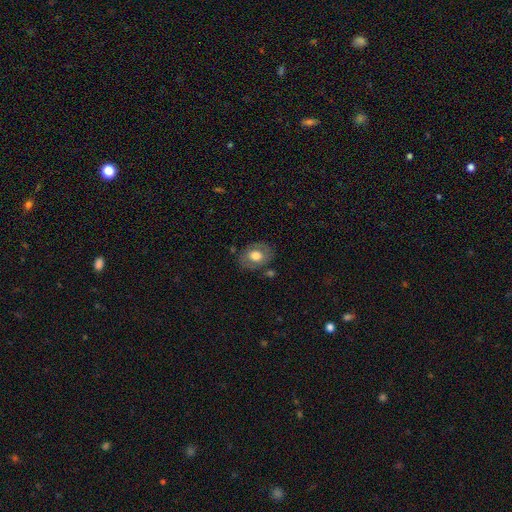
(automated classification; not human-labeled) Overall: smooth (59%; featured or disk 34%). How rounded: in between (61%; round 38%). Merging: none (76%).